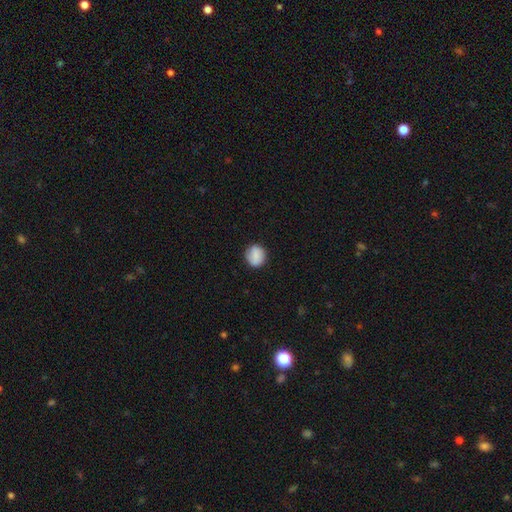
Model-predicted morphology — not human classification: Smooth or featured? smooth (81%)
How rounded? round (80%)
Merging? none (83%)